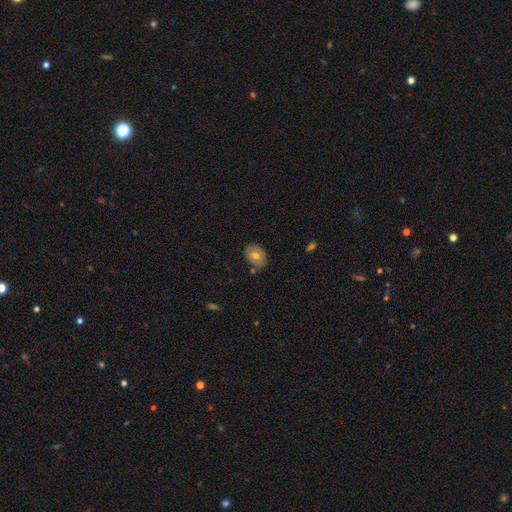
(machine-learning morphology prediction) A smooth galaxy with no disk features (67%) that is in between round and cigar-shaped (71%). Merging: none (79%).